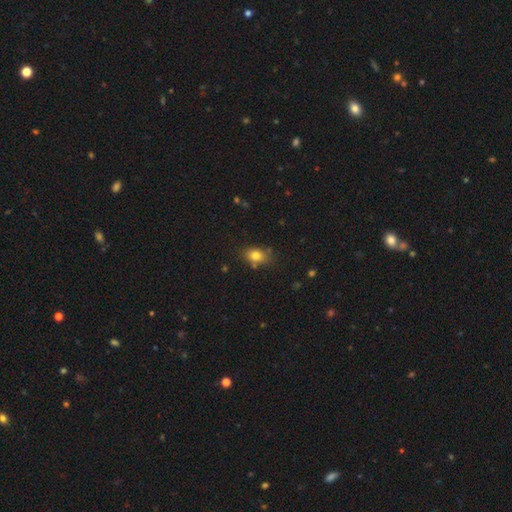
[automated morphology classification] Smooth or featured: smooth — 79% (star or artifact — 11%)
How rounded: in between — 69% (round — 29%)
Merging: none — 74% (minor disturbance — 17%)